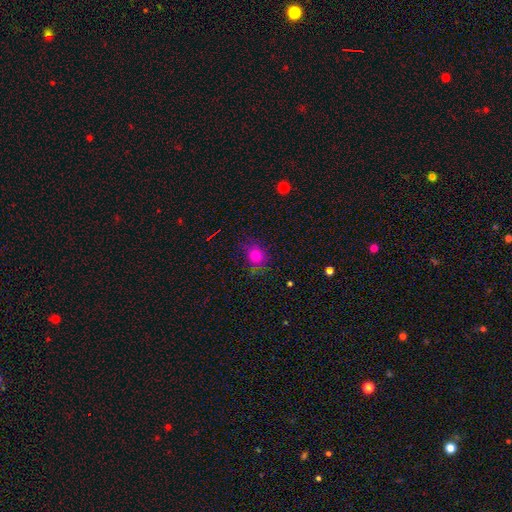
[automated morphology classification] Q: Smooth or featured?
A: smooth (78%); runner-up: star or artifact (14%)
Q: How rounded?
A: round (63%); runner-up: in between (35%)
Q: Merging?
A: none (72%); runner-up: minor disturbance (20%)